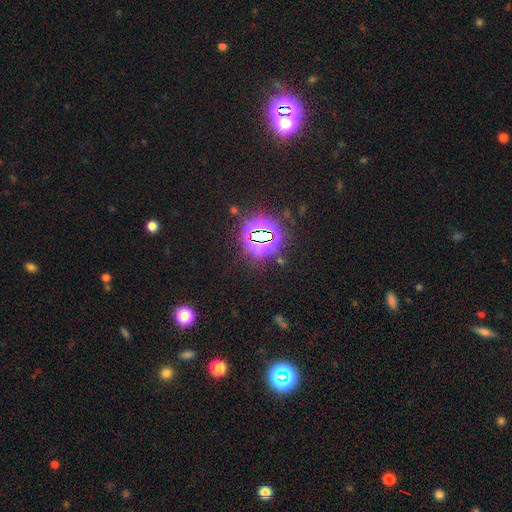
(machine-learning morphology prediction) type=star or artifact (82%).